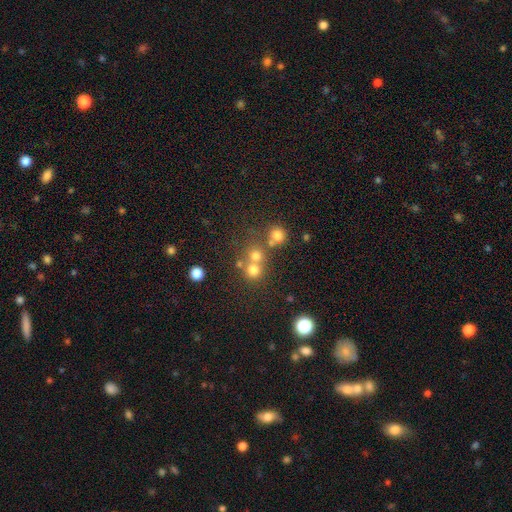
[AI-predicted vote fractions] This is likely a smooth galaxy (69%). How rounded: clearly round (88%). Merging: possibly none (52%).